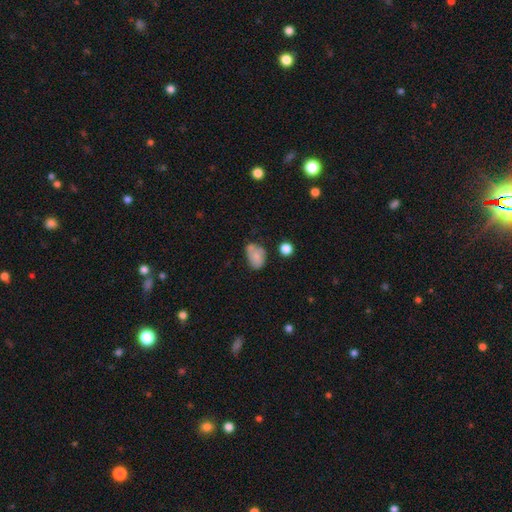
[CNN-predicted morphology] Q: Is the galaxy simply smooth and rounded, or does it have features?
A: smooth — 70%.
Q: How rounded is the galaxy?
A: in between — 78%.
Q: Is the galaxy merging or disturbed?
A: none — 42%.